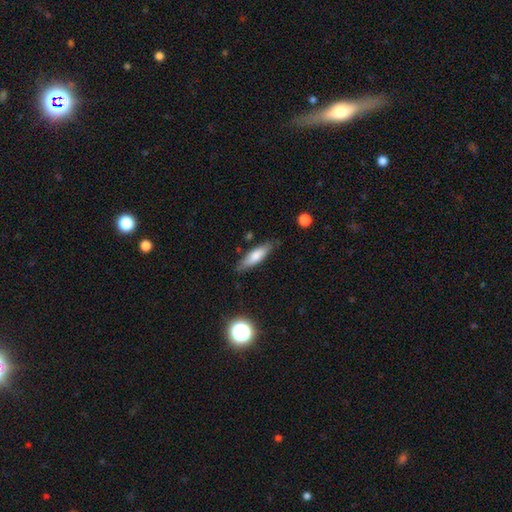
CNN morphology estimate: smooth 71%, featured or disk 22%, star or artifact 7%. Down the decision tree: how rounded — cigar-shaped (57%); merging — none (79%).